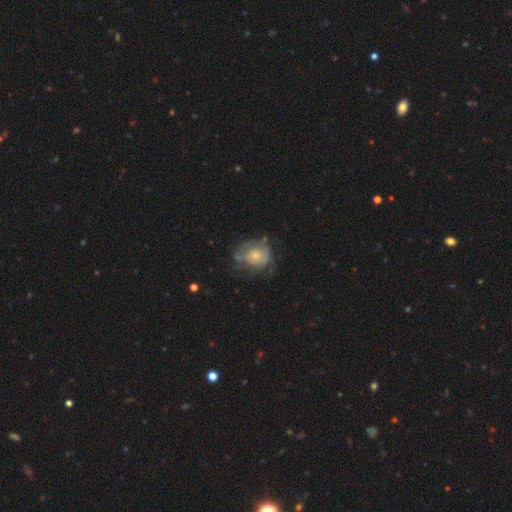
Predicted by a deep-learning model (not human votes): Morphology: type=featured or disk (49%); merging=none (43%).